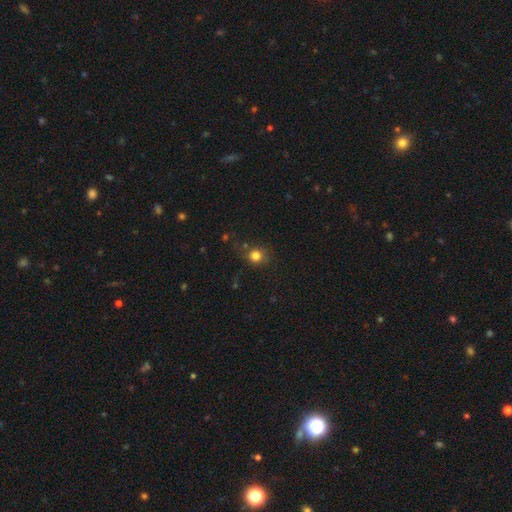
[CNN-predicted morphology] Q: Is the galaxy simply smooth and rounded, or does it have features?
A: smooth — 79%.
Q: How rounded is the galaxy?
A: round — 83%.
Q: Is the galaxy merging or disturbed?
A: none — 70%.